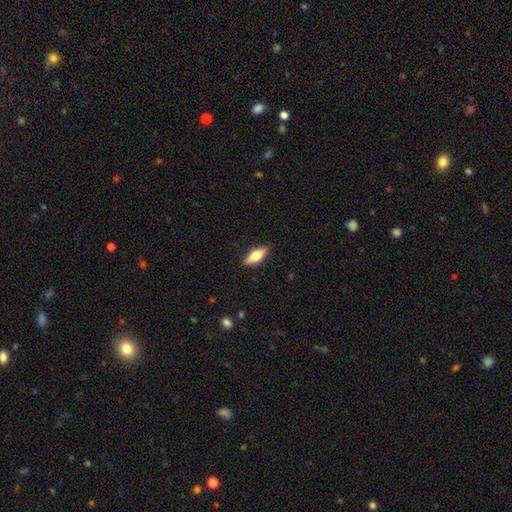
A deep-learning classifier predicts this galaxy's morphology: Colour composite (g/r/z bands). It shows a smooth galaxy with no disk features (61%) that is in between round and cigar-shaped (69%). Merging: none (88%).